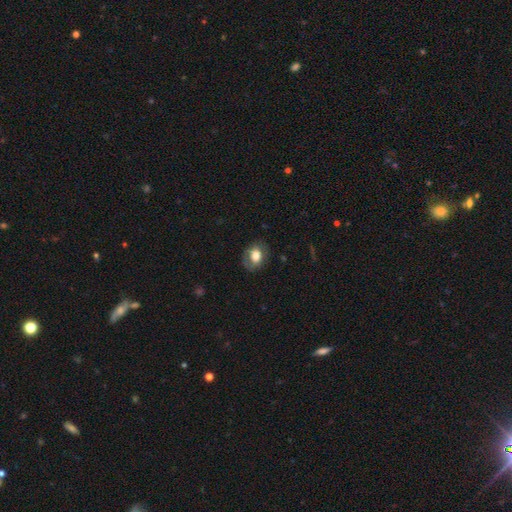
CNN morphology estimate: smooth 70%, featured or disk 22%, star or artifact 8%. Down the decision tree: how rounded — in between (60%); merging — none (75%).